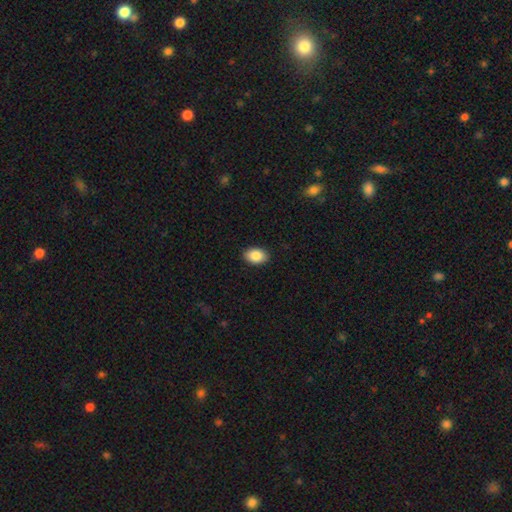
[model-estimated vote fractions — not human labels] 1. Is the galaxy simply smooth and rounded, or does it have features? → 88% smooth, 7% star or artifact, 5% featured or disk.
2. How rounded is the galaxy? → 85% in between, 14% round, 1% cigar-shaped.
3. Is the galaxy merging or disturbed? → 90% none, 7% minor disturbance, 2% major disturbance, 1% merger.